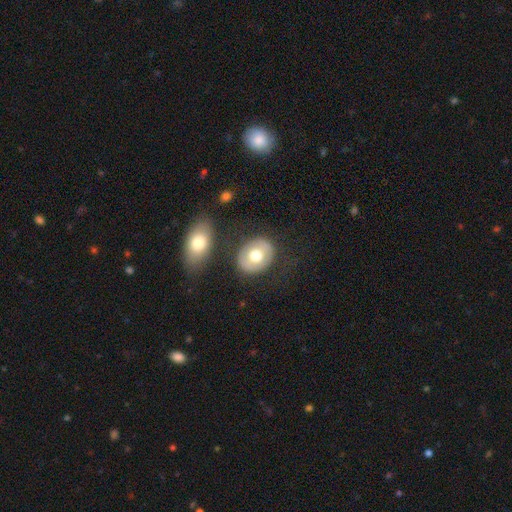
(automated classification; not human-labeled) Smooth or featured: smooth — 62% (featured or disk — 32%)
How rounded: round — 53% (in between — 46%)
Merging: none — 79% (minor disturbance — 11%)